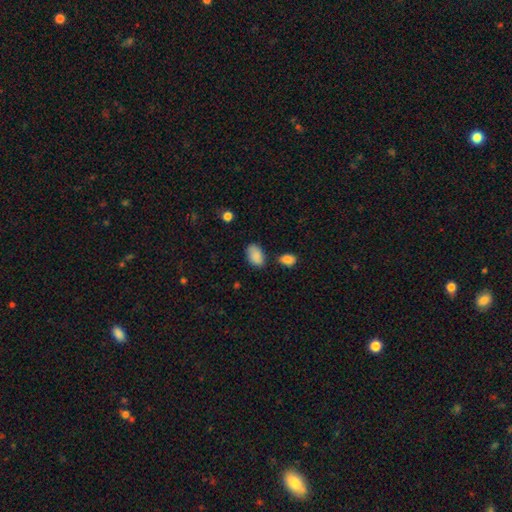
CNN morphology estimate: Smooth or featured? smooth (87%)
How rounded? in between (90%)
Merging? none (69%)